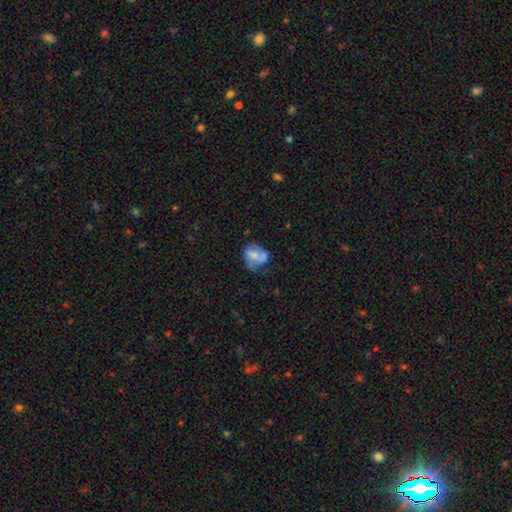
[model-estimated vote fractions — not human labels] Q: Smooth or featured?
A: smooth (48%); runner-up: featured or disk (43%)
Q: Merging?
A: none (35%); runner-up: minor disturbance (26%)